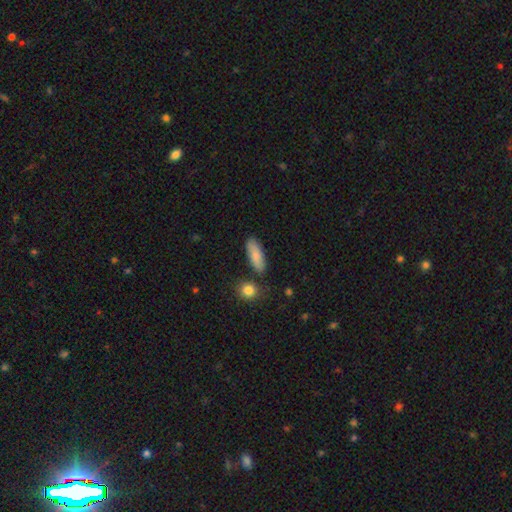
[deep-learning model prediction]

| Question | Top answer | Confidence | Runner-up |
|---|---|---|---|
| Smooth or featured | smooth | 81% | featured or disk (12%) |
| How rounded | in between | 71% | cigar-shaped (26%) |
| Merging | none | 79% | minor disturbance (13%) |